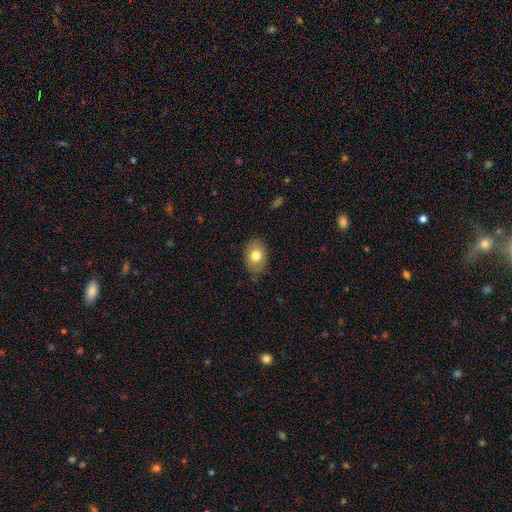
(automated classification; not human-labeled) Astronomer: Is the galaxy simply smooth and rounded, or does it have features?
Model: smooth — 78%.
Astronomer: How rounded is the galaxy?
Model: in between — 78%.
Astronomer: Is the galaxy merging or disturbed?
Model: none — 83%.